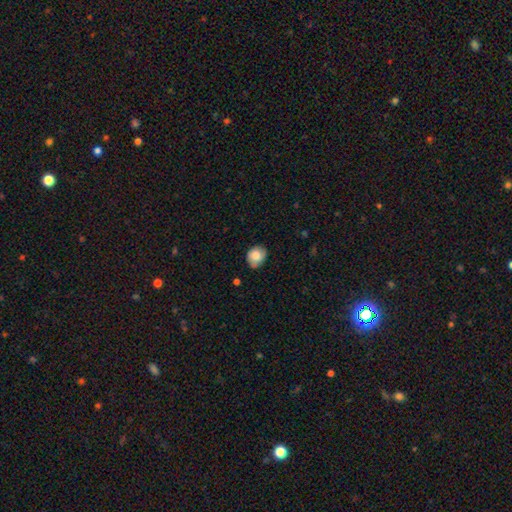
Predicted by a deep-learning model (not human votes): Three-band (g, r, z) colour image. It shows a smooth galaxy with no disk features (82%) that is round (63%). Merging: none (68%).